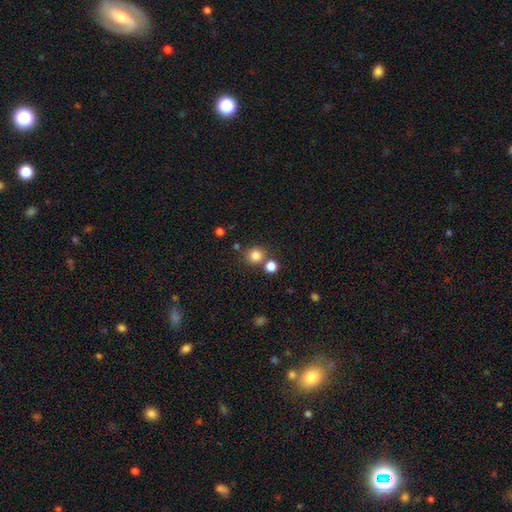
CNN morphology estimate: smooth-or-featured: smooth: 82% | star or artifact: 13% | featured or disk: 5%
  how-rounded: round: 89% | in between: 10% | cigar-shaped: 1%
  merging: none: 71% | merger: 18% | minor disturbance: 8% | major disturbance: 3%